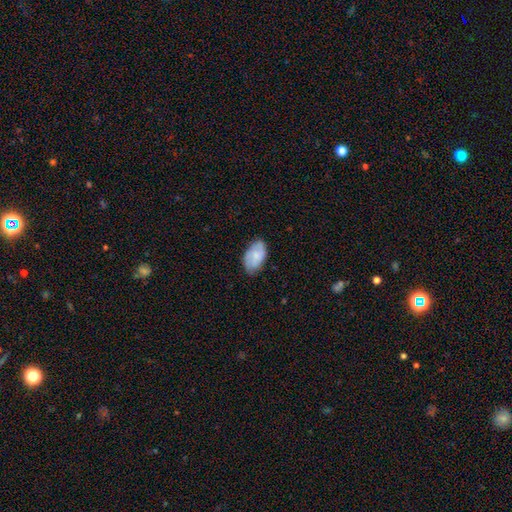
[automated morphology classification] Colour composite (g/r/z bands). It shows a smooth galaxy with no disk features (65%) that is in between round and cigar-shaped (93%). Merging: none (74%).